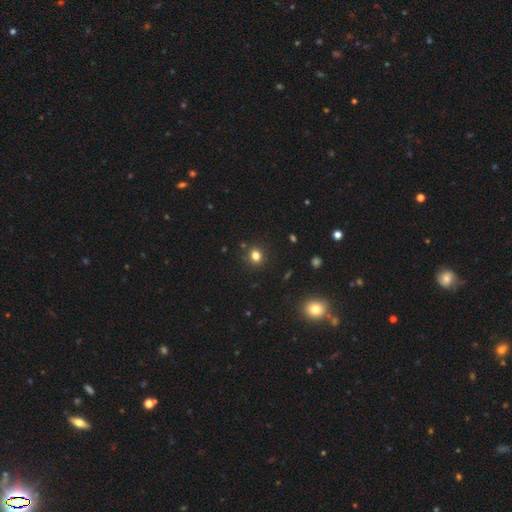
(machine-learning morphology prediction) A smooth galaxy with no disk features (78%) that is round (74%). Merging: none (86%).